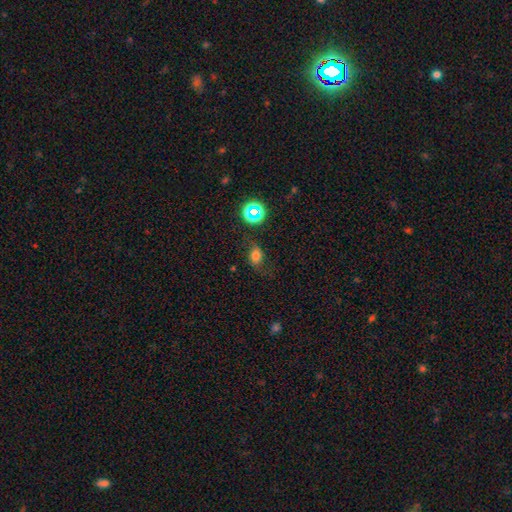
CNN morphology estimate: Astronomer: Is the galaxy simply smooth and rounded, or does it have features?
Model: smooth — 68%.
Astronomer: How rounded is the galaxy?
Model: in between — 65%.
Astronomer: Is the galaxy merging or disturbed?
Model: none — 63%.